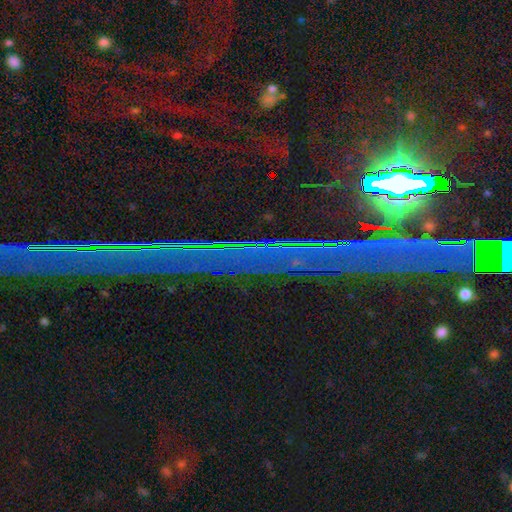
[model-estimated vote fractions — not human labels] This is clearly a star or artifact rather than a galaxy (85%).